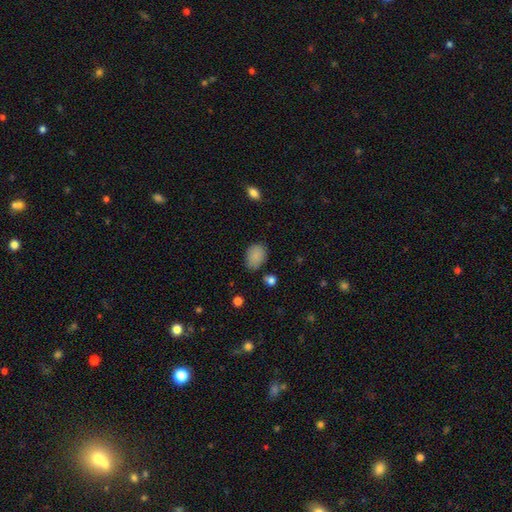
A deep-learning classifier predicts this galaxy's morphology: A smooth galaxy with no disk features (86%) that is in between round and cigar-shaped (80%).

Vote fractions:
- Smooth or featured? smooth: 86% / star or artifact: 9% / featured or disk: 5%
- How rounded? in between: 80% / round: 19% / cigar-shaped: 1%
- Merging? none: 70% / minor disturbance: 22% / major disturbance: 5% / merger: 3%